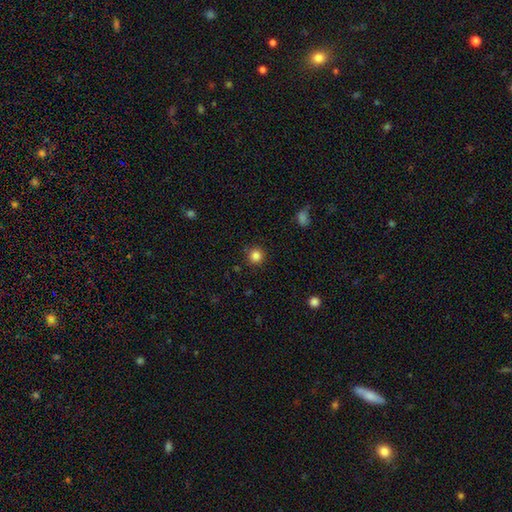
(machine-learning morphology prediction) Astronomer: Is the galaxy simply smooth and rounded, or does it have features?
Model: smooth — 84%.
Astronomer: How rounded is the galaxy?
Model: round — 94%.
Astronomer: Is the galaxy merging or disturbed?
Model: none — 90%.